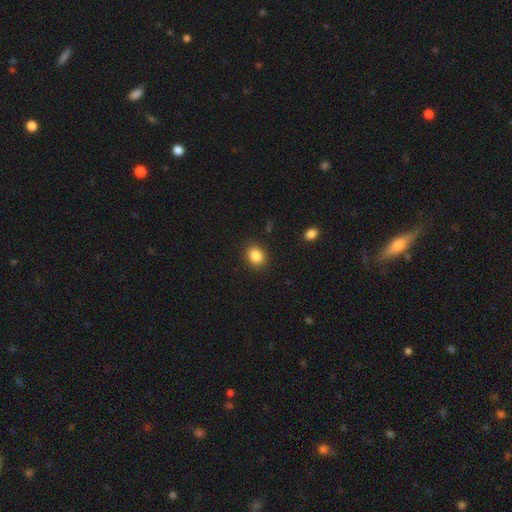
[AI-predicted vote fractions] A smooth galaxy with no disk features (86%) that is round (56%). Merging: none (89%).